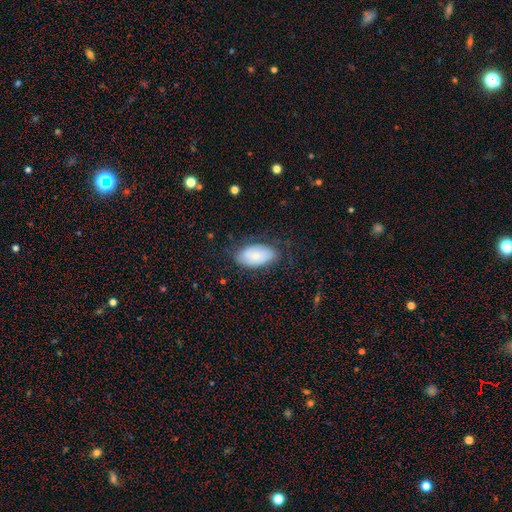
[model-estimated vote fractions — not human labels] Smooth or featured? Predicted: smooth (p=0.75). How rounded? Predicted: in between (p=0.95). Merging? Predicted: none (p=0.67).